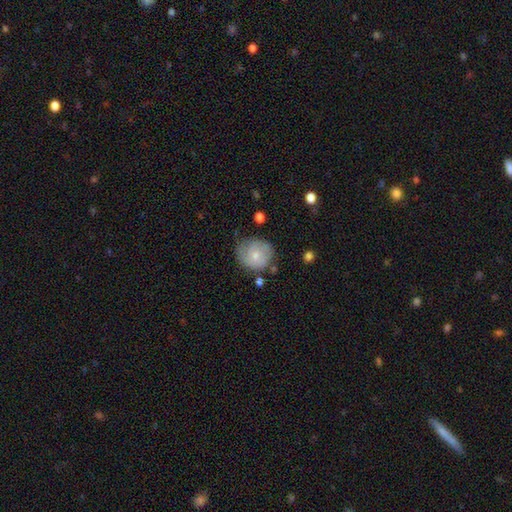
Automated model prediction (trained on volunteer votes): Smooth or featured? Predicted: smooth (p=0.57). How rounded? Predicted: round (p=0.81). Merging? Predicted: none (p=0.62).